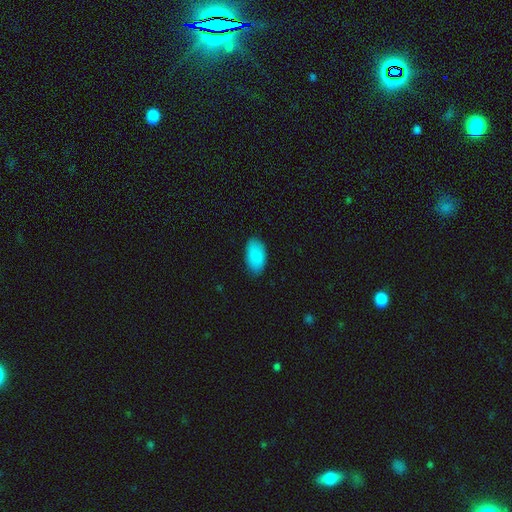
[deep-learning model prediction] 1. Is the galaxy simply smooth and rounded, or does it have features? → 89% smooth, 6% star or artifact, 5% featured or disk.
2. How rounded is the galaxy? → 95% in between, 3% round, 2% cigar-shaped.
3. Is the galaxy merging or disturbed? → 85% none, 12% minor disturbance, 2% major disturbance, 1% merger.